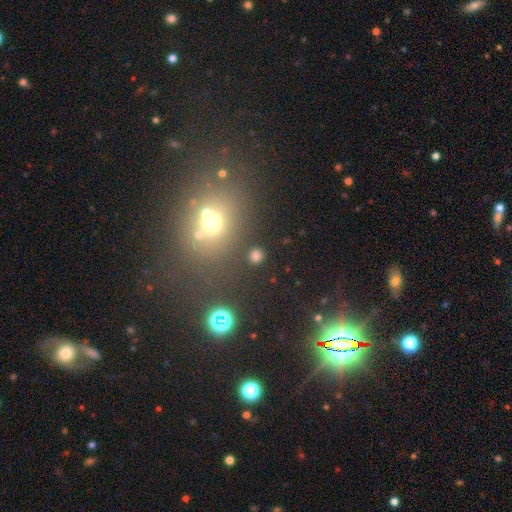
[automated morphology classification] This is likely a smooth galaxy (74%). How rounded: clearly round (87%). Merging: clearly none (86%).